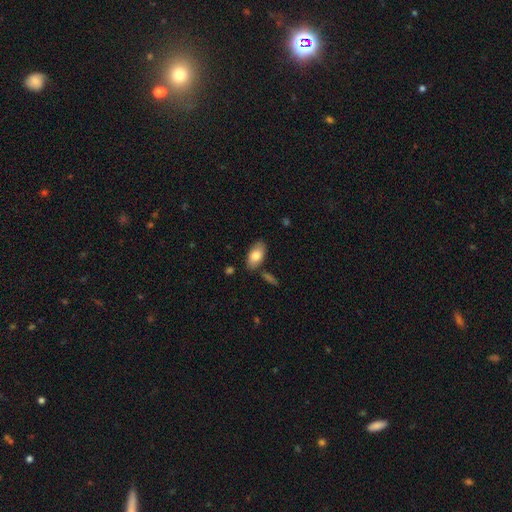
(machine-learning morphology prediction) smooth-or-featured: smooth: 79% | featured or disk: 15% | star or artifact: 6%
  how-rounded: in between: 94% | round: 3% | cigar-shaped: 3%
  merging: none: 80% | minor disturbance: 13% | merger: 4% | major disturbance: 3%